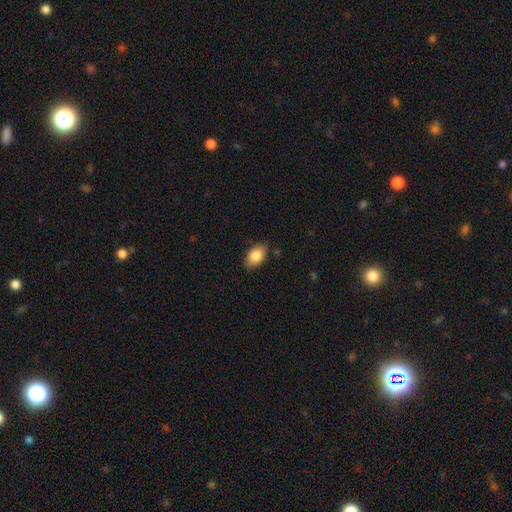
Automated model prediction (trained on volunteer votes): smooth-or-featured: smooth: 84% | featured or disk: 9% | star or artifact: 7%
  how-rounded: in between: 90% | round: 8% | cigar-shaped: 2%
  merging: none: 83% | minor disturbance: 13% | major disturbance: 3% | merger: 1%